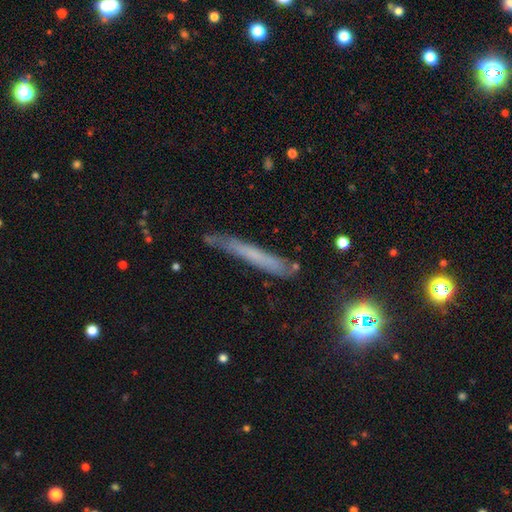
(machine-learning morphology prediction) Smooth or featured? smooth (44%)
Merging? none (71%)